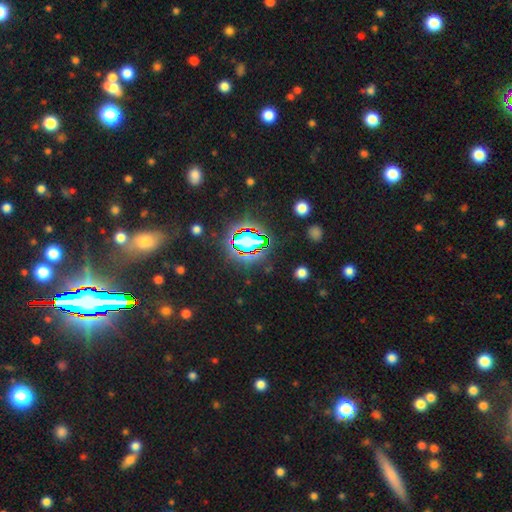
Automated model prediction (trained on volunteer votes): This appears to be a star or artifact, not a galaxy (80%).